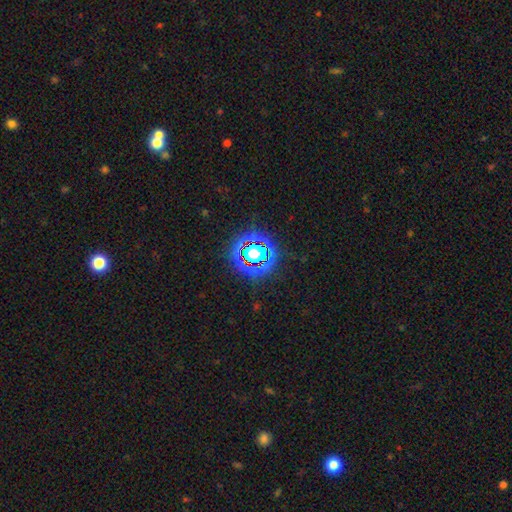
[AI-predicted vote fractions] Q: Smooth or featured?
A: star or artifact (79%); runner-up: smooth (13%)